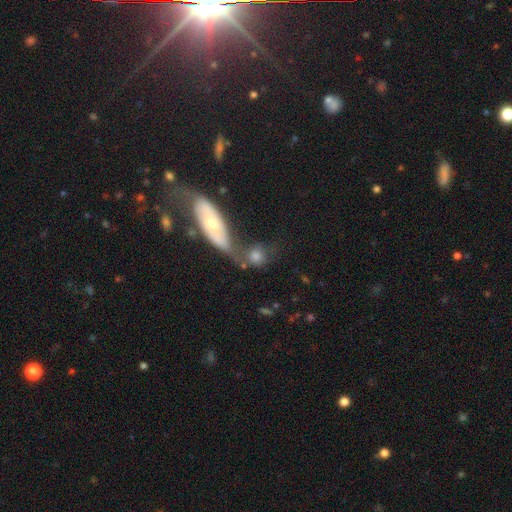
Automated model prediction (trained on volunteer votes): smooth_or_featured: smooth (p=0.65) [alt: featured or disk p=0.25]
how_rounded: round (p=0.55) [alt: in between p=0.35]
merging: merger (p=0.40) [alt: none p=0.39]